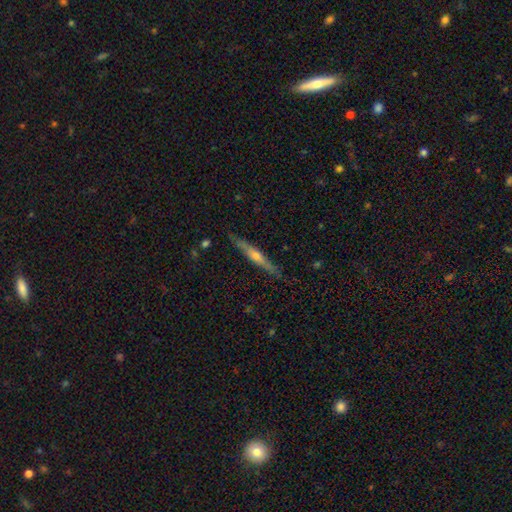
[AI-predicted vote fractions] smooth_or_featured: featured or disk (p=0.63) [alt: smooth p=0.31]
disk_edge_on: yes (p=0.96) [alt: no p=0.04]
edge_on_bulge: rounded (p=0.73) [alt: none p=0.20]
merging: none (p=0.87) [alt: minor disturbance p=0.10]